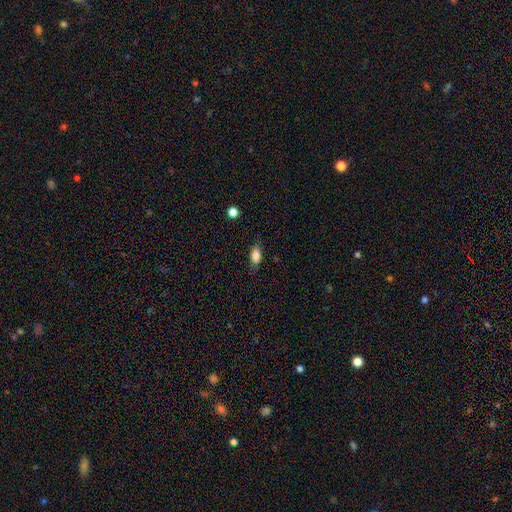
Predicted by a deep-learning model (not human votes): smooth-or-featured: smooth: 82% | featured or disk: 10% | star or artifact: 8%
  how-rounded: in between: 85% | cigar-shaped: 9% | round: 6%
  merging: none: 80% | minor disturbance: 15% | major disturbance: 3% | merger: 1%